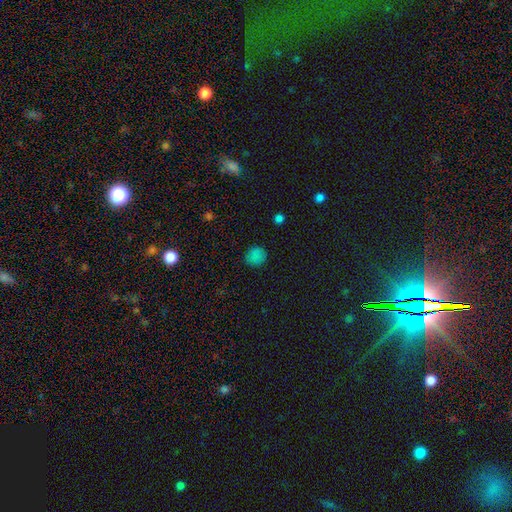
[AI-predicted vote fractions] smooth 81%, star or artifact 16%, featured or disk 3%. Down the decision tree: how rounded — round (87%); merging — none (89%).